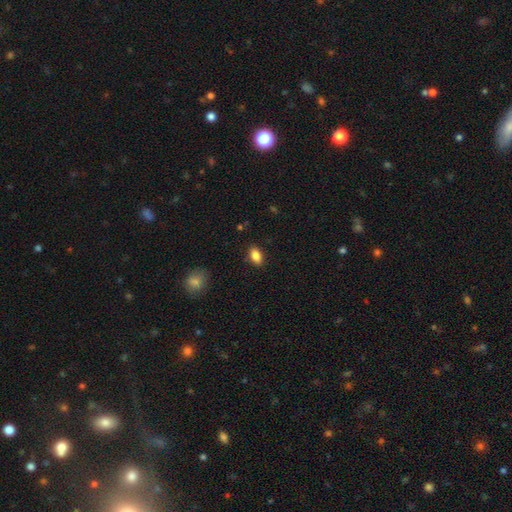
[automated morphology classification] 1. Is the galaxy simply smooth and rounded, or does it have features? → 86% smooth, 8% star or artifact, 5% featured or disk.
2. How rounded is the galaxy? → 89% in between, 7% round, 3% cigar-shaped.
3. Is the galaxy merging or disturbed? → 87% none, 10% minor disturbance, 2% major disturbance, 1% merger.